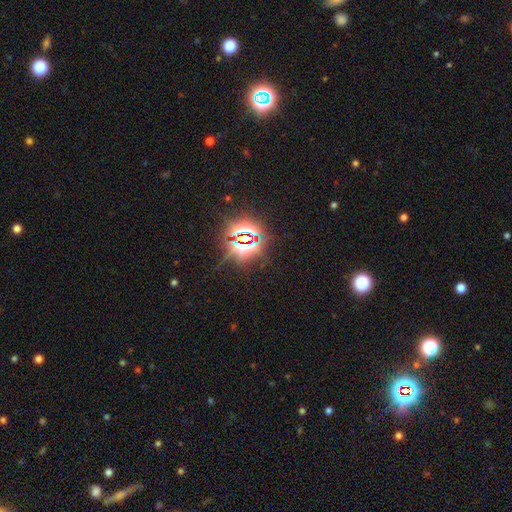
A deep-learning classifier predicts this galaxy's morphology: This appears to be a star or artifact, not a galaxy (82%).